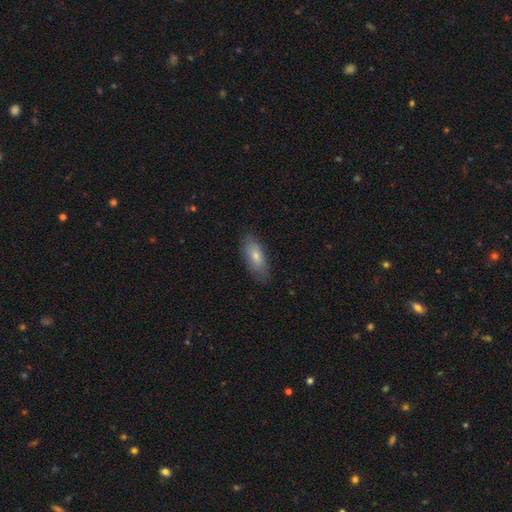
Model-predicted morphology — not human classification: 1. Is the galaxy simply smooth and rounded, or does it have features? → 71% smooth, 22% featured or disk, 8% star or artifact.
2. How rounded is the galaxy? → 71% in between, 26% cigar-shaped, 3% round.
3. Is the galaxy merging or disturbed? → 84% none, 13% minor disturbance, 2% major disturbance, 1% merger.